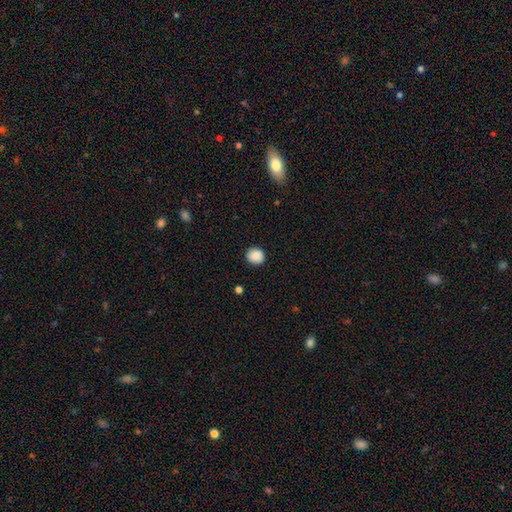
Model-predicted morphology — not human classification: smooth-or-featured: smooth: 89% | star or artifact: 8% | featured or disk: 3%
  how-rounded: round: 84% | in between: 15% | cigar-shaped: 1%
  merging: none: 89% | minor disturbance: 8% | major disturbance: 2% | merger: 1%